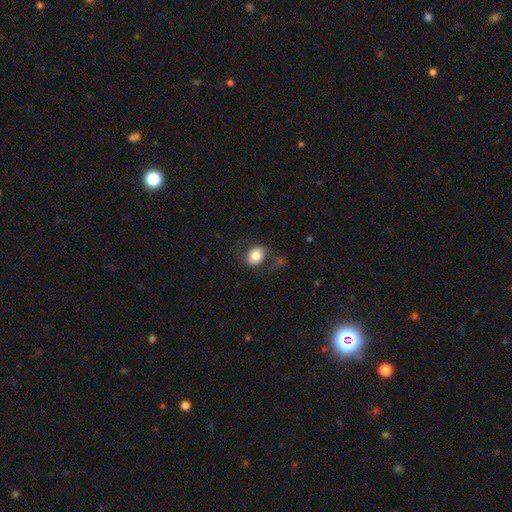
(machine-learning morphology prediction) The model was most divided on "how rounded": round: 50%, in between: 49%, cigar-shaped: 1%. More confident: smooth or featured — smooth (67%); merging — none (60%).